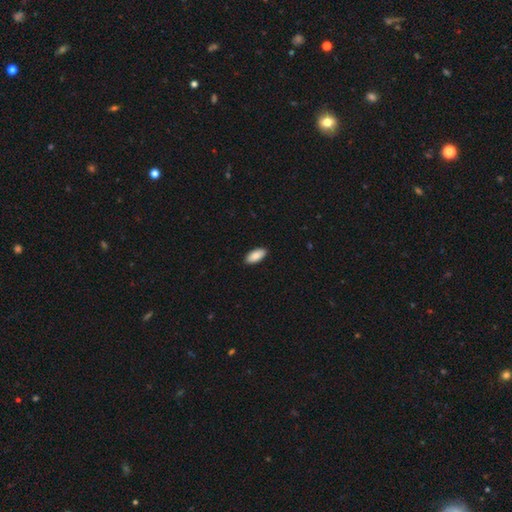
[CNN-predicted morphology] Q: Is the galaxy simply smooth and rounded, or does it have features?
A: smooth — 88%.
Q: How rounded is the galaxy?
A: in between — 91%.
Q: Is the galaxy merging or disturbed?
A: none — 90%.